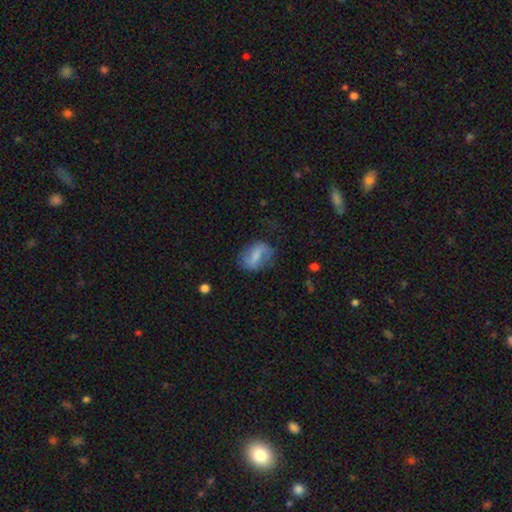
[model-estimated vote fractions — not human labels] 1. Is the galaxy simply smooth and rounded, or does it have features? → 55% smooth, 37% featured or disk, 8% star or artifact.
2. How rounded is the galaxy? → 72% in between, 24% round, 3% cigar-shaped.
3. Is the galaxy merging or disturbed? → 63% none, 23% minor disturbance, 12% major disturbance, 2% merger.